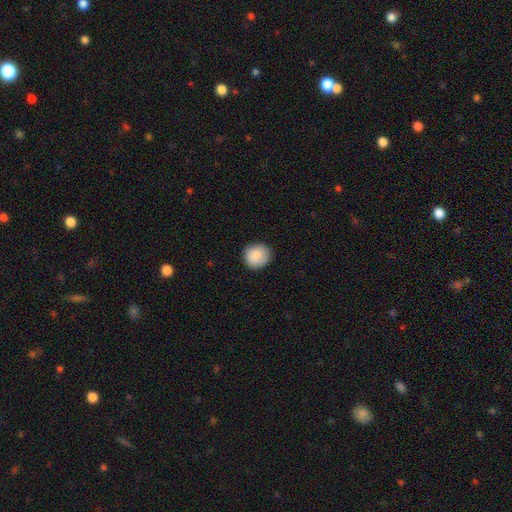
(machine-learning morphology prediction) type=smooth (88%); roundness=round (88%); merging=none (87%).